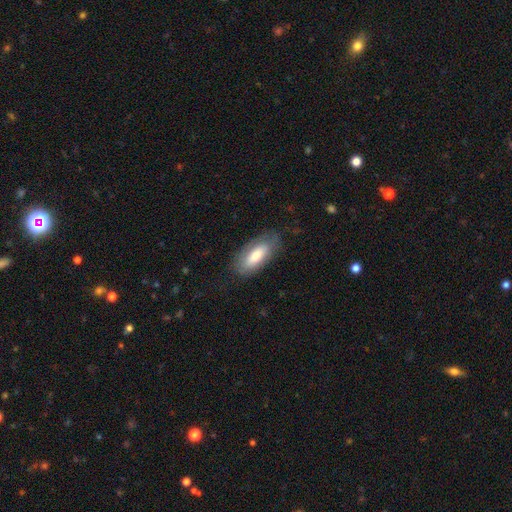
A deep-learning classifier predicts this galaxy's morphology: smooth_or_featured: smooth (p=0.69) [alt: featured or disk p=0.25]
how_rounded: in between (p=0.83) [alt: cigar-shaped p=0.15]
merging: none (p=0.73) [alt: minor disturbance p=0.19]